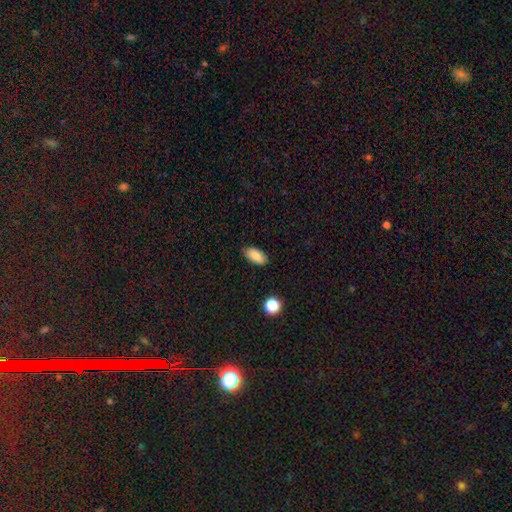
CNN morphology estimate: Smooth or featured: smooth — 86% (star or artifact — 8%)
How rounded: in between — 91% (cigar-shaped — 7%)
Merging: none — 86% (minor disturbance — 10%)